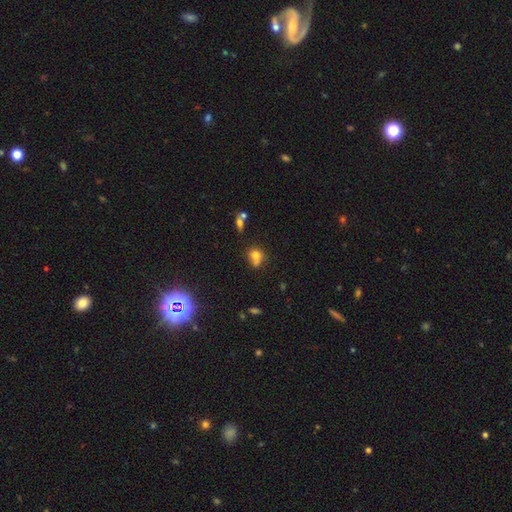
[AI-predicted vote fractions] This appears to be a smooth galaxy with no disk features (72%) that is round (66%). Merging: none (41%).